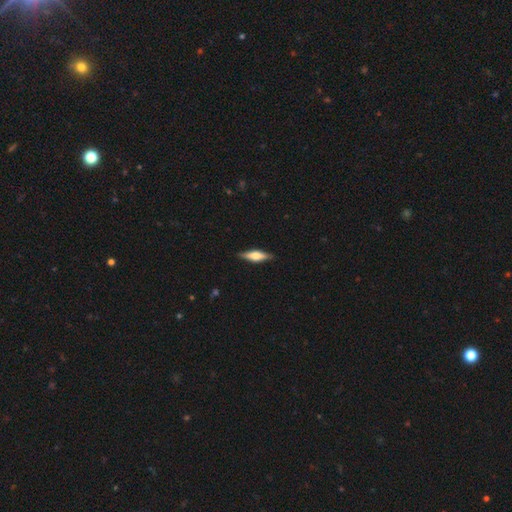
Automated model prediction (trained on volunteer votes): Overall: featured or disk (55%; smooth 39%). Edge-on disk: yes (95%). Edge-on bulge: rounded (78%). Merging: none (88%).